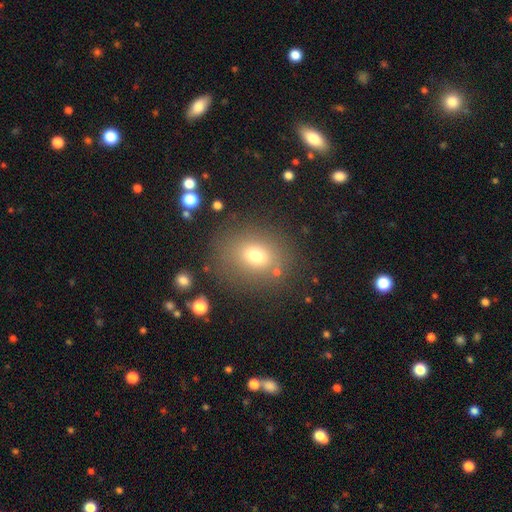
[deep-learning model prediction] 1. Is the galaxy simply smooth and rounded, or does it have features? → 71% smooth, 17% star or artifact, 12% featured or disk.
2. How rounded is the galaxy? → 61% round, 38% in between, 1% cigar-shaped.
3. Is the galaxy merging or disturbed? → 80% none, 11% minor disturbance, 5% major disturbance, 4% merger.